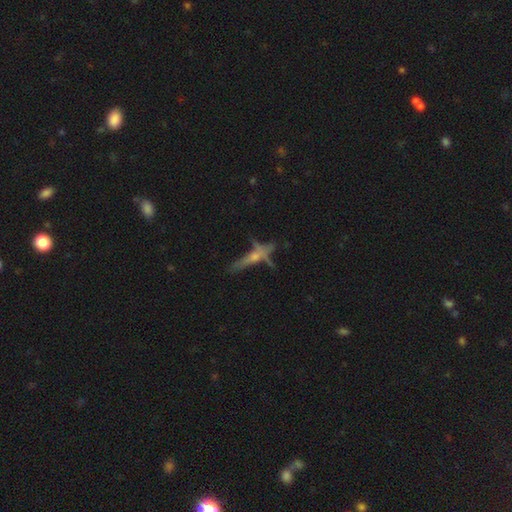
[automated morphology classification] type=featured or disk (54%); edge-on=yes (78%); merging=none (51%).